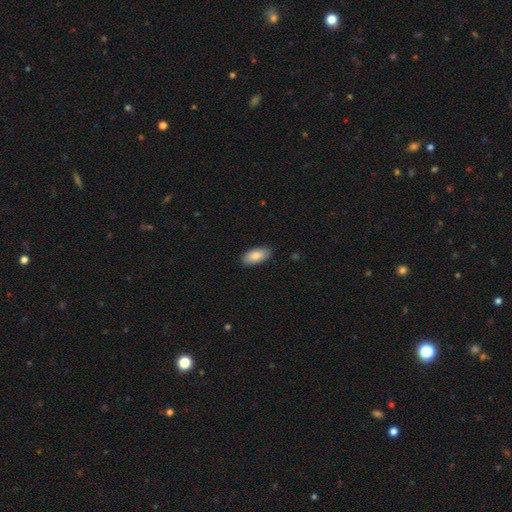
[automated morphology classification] Overall: smooth (86%). How rounded: in between (92%). Merging: none (88%).